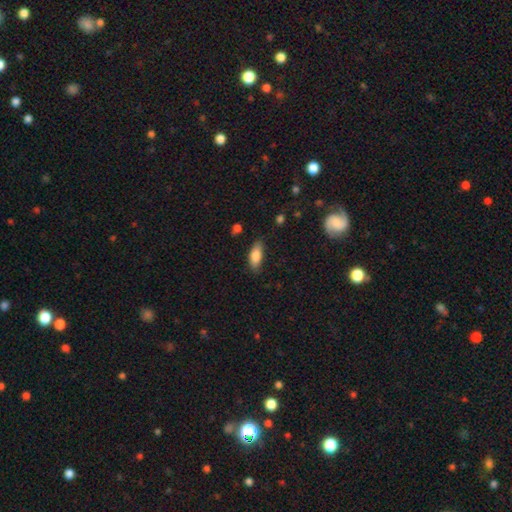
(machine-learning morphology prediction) smooth-or-featured: smooth: 83% | featured or disk: 10% | star or artifact: 7%
  how-rounded: in between: 80% | cigar-shaped: 18% | round: 2%
  merging: none: 76% | minor disturbance: 19% | major disturbance: 3% | merger: 1%